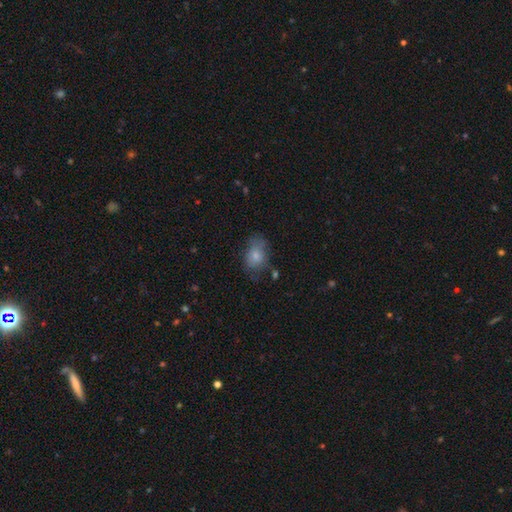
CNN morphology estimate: smooth-or-featured: smooth: 77% | featured or disk: 15% | star or artifact: 8%
  how-rounded: in between: 76% | round: 23% | cigar-shaped: 1%
  merging: none: 52% | minor disturbance: 30% | major disturbance: 15% | merger: 3%